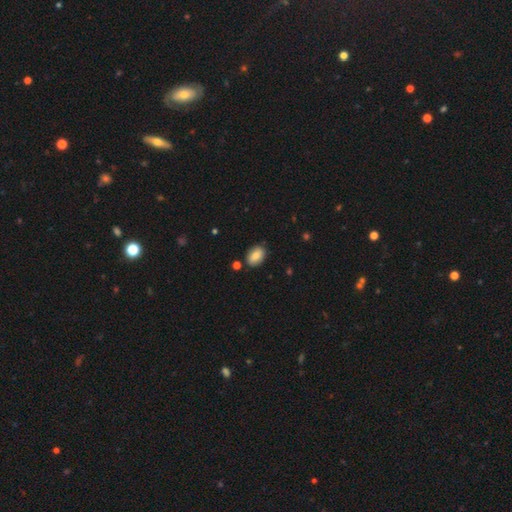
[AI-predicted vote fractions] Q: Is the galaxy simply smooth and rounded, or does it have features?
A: smooth — 83%.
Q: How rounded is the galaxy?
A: in between — 86%.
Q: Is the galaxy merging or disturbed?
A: none — 84%.